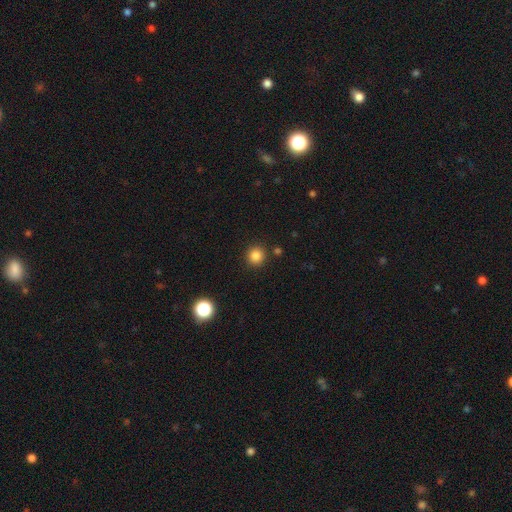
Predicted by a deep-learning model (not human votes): Smooth or featured: smooth — 84% (star or artifact — 12%)
How rounded: round — 93% (in between — 6%)
Merging: none — 89% (minor disturbance — 6%)